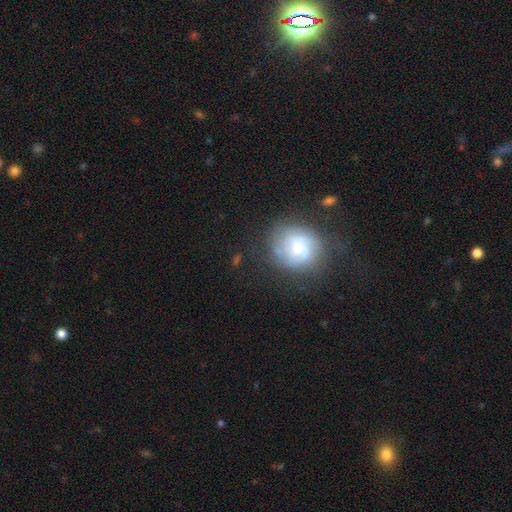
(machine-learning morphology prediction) Smooth or featured? Predicted: smooth (p=0.49). Merging? Predicted: none (p=0.69).